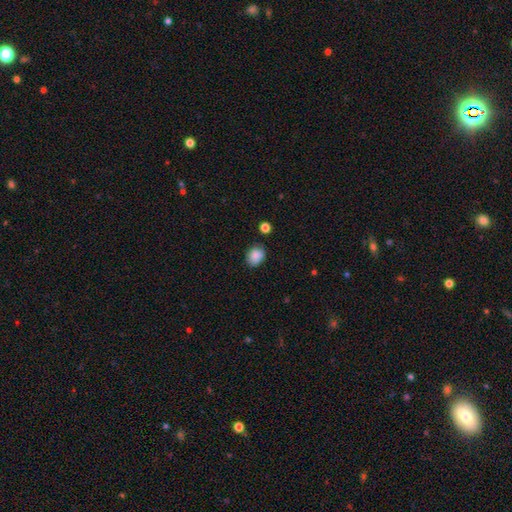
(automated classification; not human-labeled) Smooth or featured: smooth — 87% (star or artifact — 9%)
How rounded: in between — 50% (round — 49%)
Merging: none — 77% (minor disturbance — 17%)